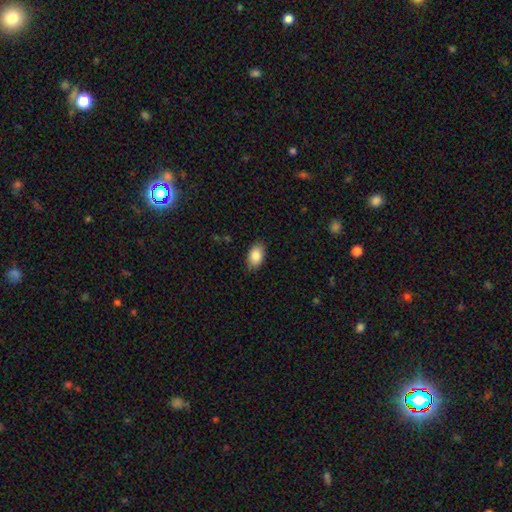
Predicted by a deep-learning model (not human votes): A smooth galaxy with no disk features (87%) that is in between round and cigar-shaped (91%). Merging: none (85%).